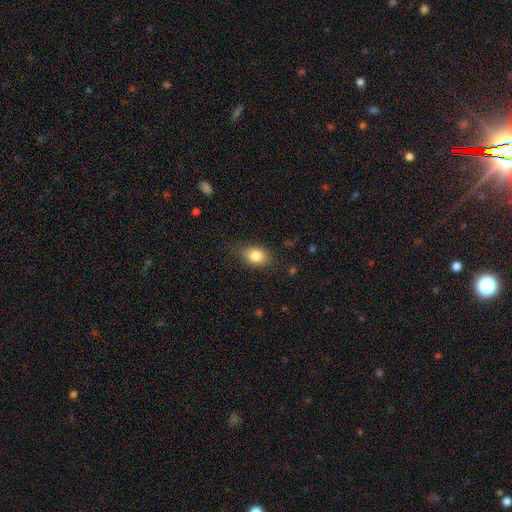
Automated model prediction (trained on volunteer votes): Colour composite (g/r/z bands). It shows a smooth galaxy with no disk features (83%) that is in between round and cigar-shaped (73%). Merging: none (79%).